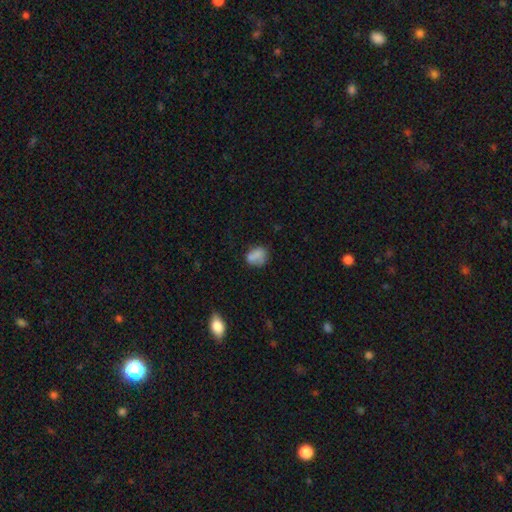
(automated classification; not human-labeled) Smooth or featured: smooth — 78% (featured or disk — 12%)
How rounded: in between — 56% (round — 42%)
Merging: none — 58% (minor disturbance — 25%)